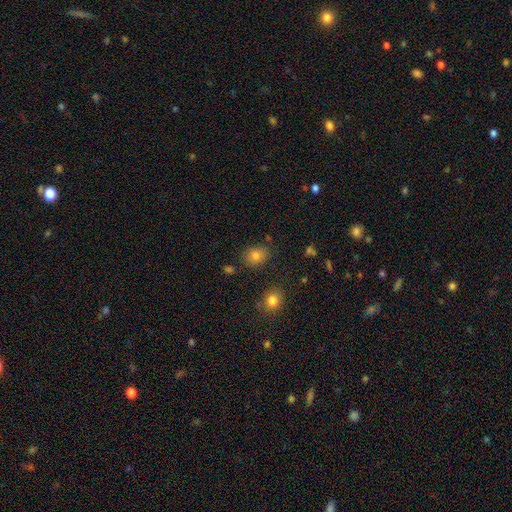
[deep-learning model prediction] A smooth galaxy with no disk features (79%) that is in between round and cigar-shaped (54%).

Vote fractions:
- Smooth or featured? smooth: 79% / star or artifact: 13% / featured or disk: 8%
- How rounded? in between: 54% / round: 45% / cigar-shaped: 1%
- Merging? none: 81% / minor disturbance: 12% / merger: 4% / major disturbance: 3%